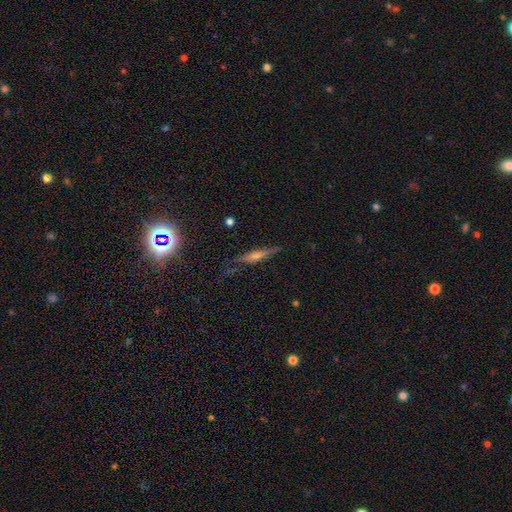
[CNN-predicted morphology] Overall: featured or disk (64%; smooth 24%). Edge-on disk: yes (95%). Edge-on bulge: rounded (77%). Merging: none (79%).